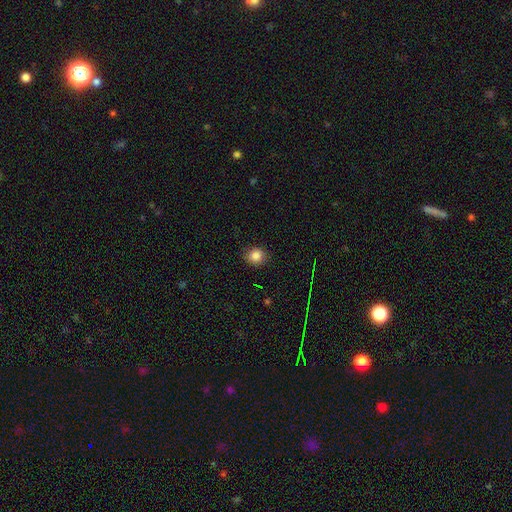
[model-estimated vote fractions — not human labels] This appears to be a smooth galaxy with no disk features (84%) that is round (74%). Merging: none (86%).